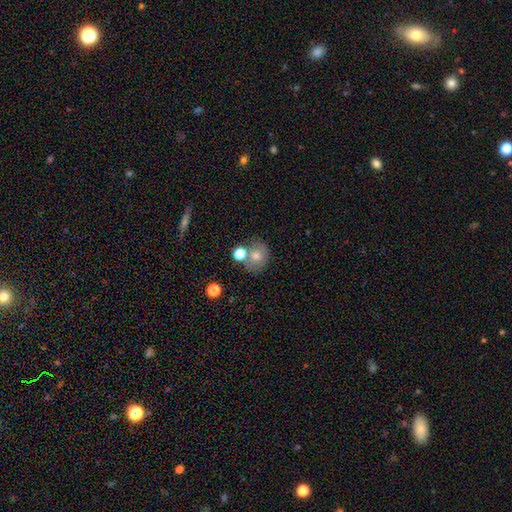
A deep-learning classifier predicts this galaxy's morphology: smooth-or-featured: smooth: 67% | featured or disk: 19% | star or artifact: 14%
  how-rounded: round: 71% | in between: 28% | cigar-shaped: 1%
  merging: none: 57% | merger: 26% | minor disturbance: 12% | major disturbance: 5%